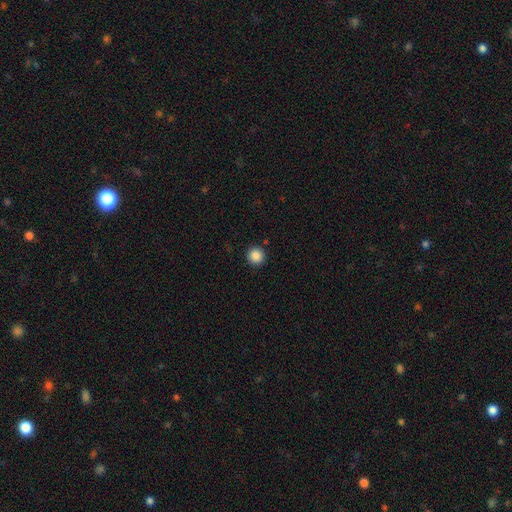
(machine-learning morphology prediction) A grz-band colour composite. It shows a smooth galaxy with no disk features (87%) that is round (95%). Merging: none (92%).